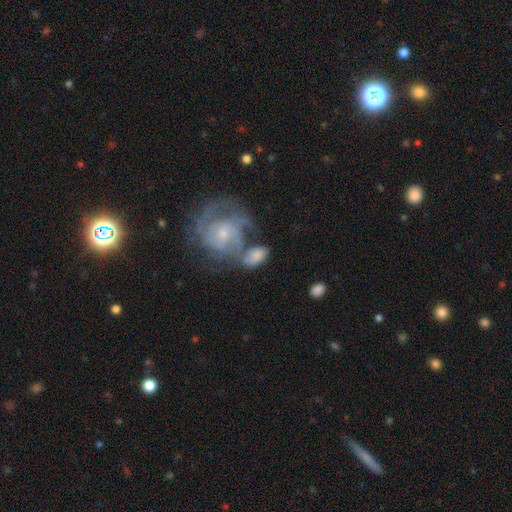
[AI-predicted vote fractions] smooth-or-featured: smooth: 54% | featured or disk: 37% | star or artifact: 9%
  how-rounded: in between: 85% | round: 13% | cigar-shaped: 2%
  merging: merger: 35% | none: 33% | minor disturbance: 18% | major disturbance: 15%